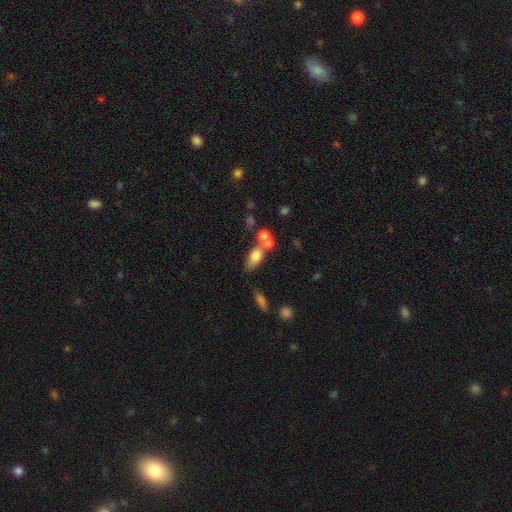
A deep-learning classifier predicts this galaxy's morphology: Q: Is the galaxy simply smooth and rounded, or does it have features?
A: smooth — 71%.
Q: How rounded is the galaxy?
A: in between — 74%.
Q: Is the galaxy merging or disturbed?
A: merger — 42%.